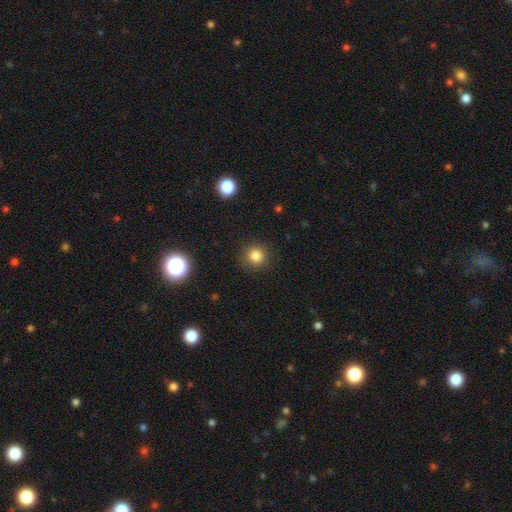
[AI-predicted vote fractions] Smooth or featured? smooth (83%)
How rounded? round (93%)
Merging? none (89%)